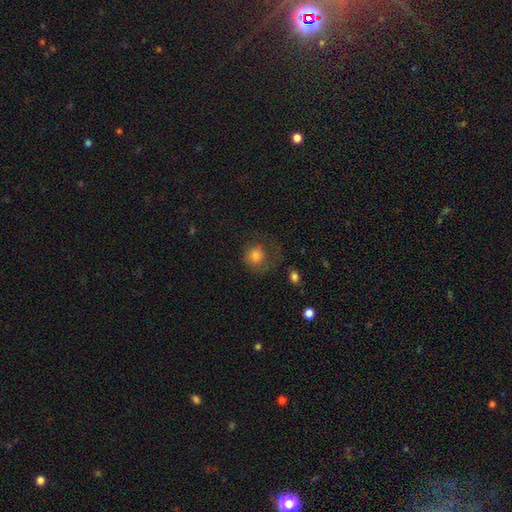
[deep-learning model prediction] The model was most divided on "merging": none: 44%, major disturbance: 33%, minor disturbance: 21%, merger: 2%. More confident: how rounded — round (82%); smooth or featured — smooth (73%).